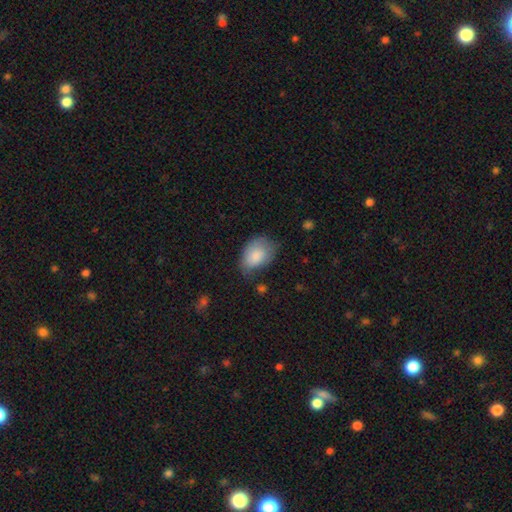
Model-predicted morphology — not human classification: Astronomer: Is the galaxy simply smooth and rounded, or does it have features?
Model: smooth — 83%.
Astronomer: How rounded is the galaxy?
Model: in between — 84%.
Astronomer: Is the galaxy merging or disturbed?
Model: none — 53% (runner-up: minor disturbance, 35%).